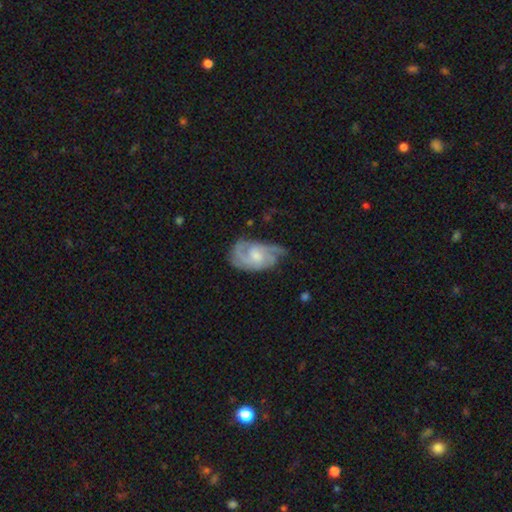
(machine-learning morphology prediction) Smooth or featured?
  - featured or disk: 83% *
  - smooth: 12%
  - star or artifact: 5%
Edge-on disk?
  - no: 97% *
  - yes: 3%
Bar?
  - no: 56% *
  - weak: 38%
  - strong: 6%
Spiral arms?
  - yes: 96% *
  - no: 4%
Spiral winding?
  - medium: 44% *
  - tight: 43%
  - loose: 13%
Spiral arm count?
  - 2: 39% *
  - 3: 31%
  - can't tell: 16%
  - 4: 6%
  - 1: 5%
  - more than 4: 4%
Bulge size?
  - moderate: 49% *
  - small: 37%
  - none: 8%
  - large: 5%
  - dominant: 1%
Merging?
  - none: 58% *
  - minor disturbance: 28%
  - major disturbance: 13%
  - merger: 2%